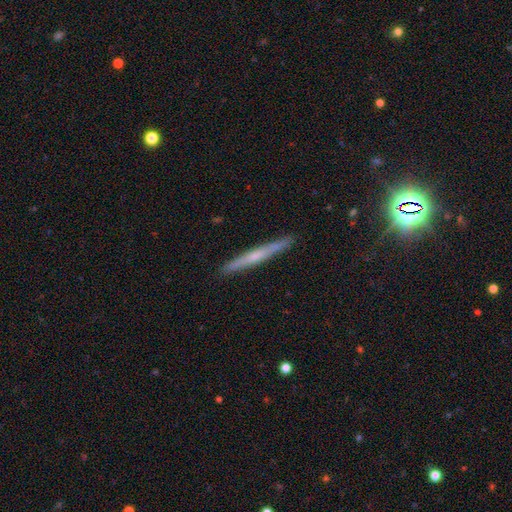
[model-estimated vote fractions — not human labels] Smooth or featured: featured or disk — 59% (smooth — 34%)
Edge-on disk: yes — 97% (no — 3%)
Edge-on bulge: rounded — 51% (none — 43%)
Merging: none — 91% (minor disturbance — 6%)